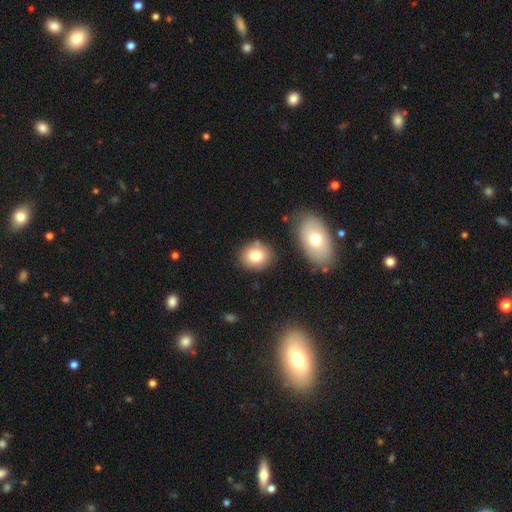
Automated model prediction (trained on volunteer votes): The model was most divided on "how rounded": round: 70%, in between: 29%, cigar-shaped: 1%. More confident: merging — none (79%); smooth or featured — smooth (78%).